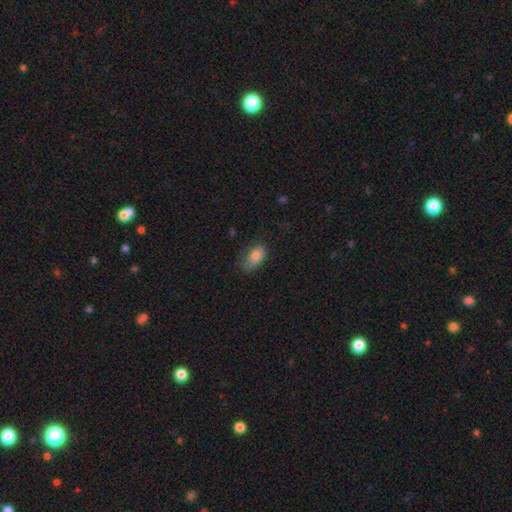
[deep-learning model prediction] smooth 82%, featured or disk 10%, star or artifact 8%. Down the decision tree: how rounded — in between (91%); merging — none (63%).